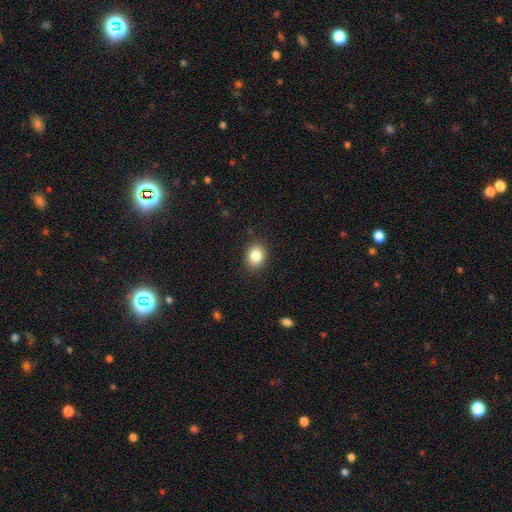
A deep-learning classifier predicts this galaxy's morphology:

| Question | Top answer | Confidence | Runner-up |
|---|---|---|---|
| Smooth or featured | smooth | 84% | star or artifact (10%) |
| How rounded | in between | 50% | round (49%) |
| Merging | none | 88% | minor disturbance (9%) |